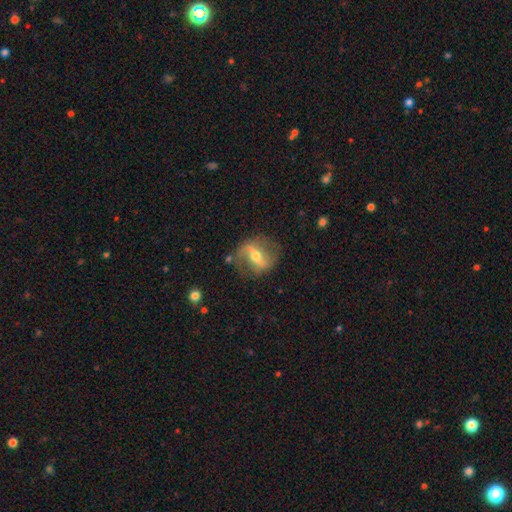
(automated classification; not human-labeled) featured or disk 75%, smooth 18%, star or artifact 7%. Down the decision tree: edge-on disk — no (90%); bar — strong (59%); spiral arms — yes (76%); spiral arm count — 2 (85%); spiral winding — loose (53%); bulge size — moderate (61%); merging — none (73%).